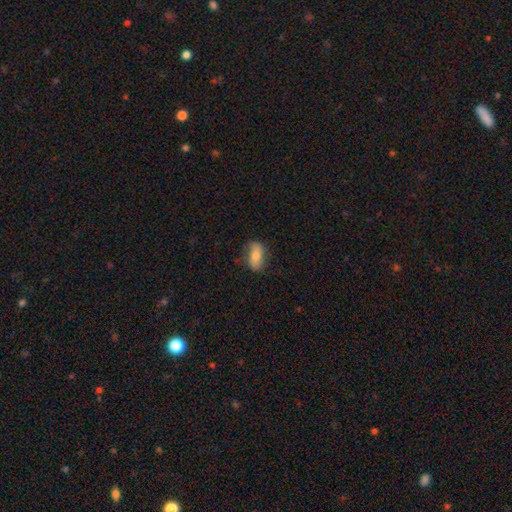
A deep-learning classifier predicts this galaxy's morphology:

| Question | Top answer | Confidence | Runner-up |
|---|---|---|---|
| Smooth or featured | smooth | 57% | featured or disk (35%) |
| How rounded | in between | 86% | cigar-shaped (7%) |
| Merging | none | 70% | minor disturbance (21%) |